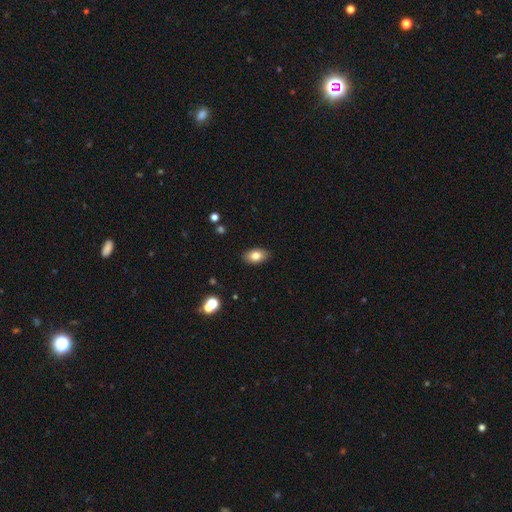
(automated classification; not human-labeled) The model was most divided on "smooth or featured": smooth: 80%, featured or disk: 11%, star or artifact: 9%. More confident: how rounded — in between (90%); merging — none (88%).